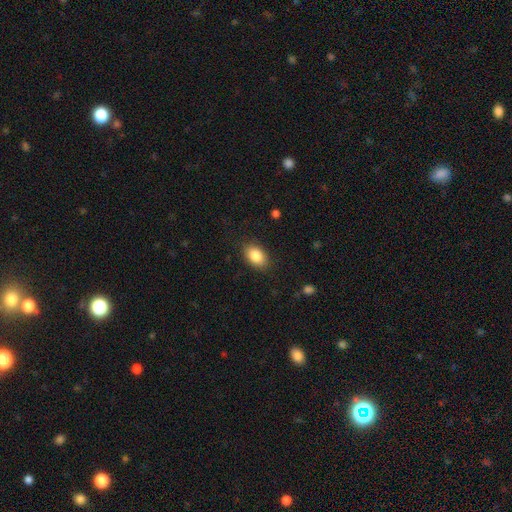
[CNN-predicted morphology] This appears to be a smooth galaxy with no disk features (86%) that is in between round and cigar-shaped (87%). Merging: none (86%).